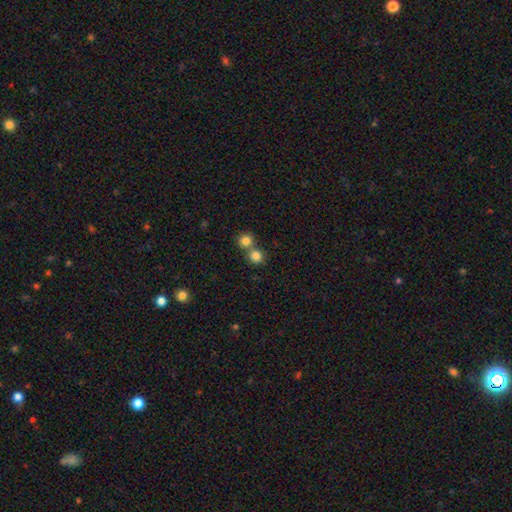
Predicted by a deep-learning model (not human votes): Overall: smooth (82%). How rounded: round (91%). Merging: none (54%; merger 38%).